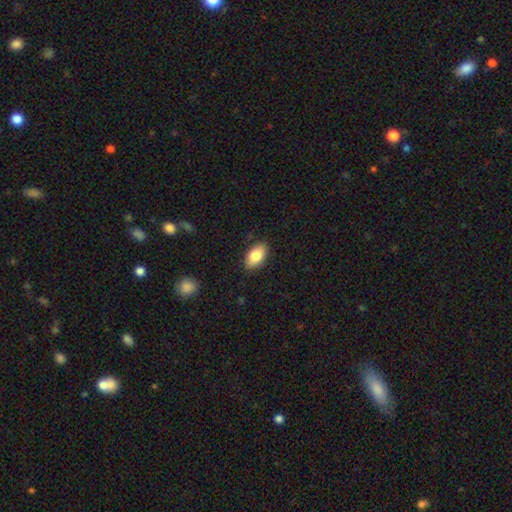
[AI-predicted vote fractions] Morphology: type=smooth (82%); roundness=in between (92%); merging=none (86%).